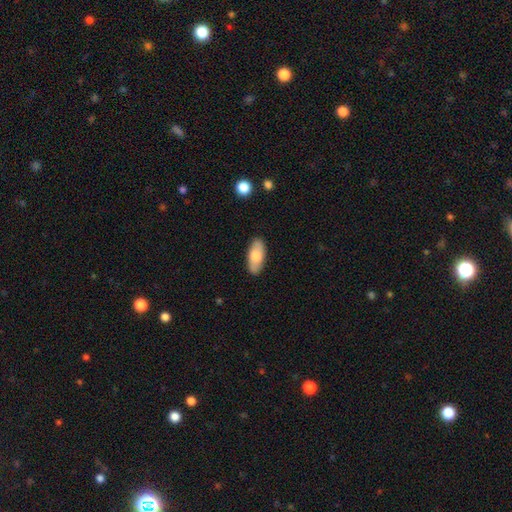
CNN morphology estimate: A smooth galaxy with no disk features (70%) that is in between round and cigar-shaped (87%). Merging: none (86%).